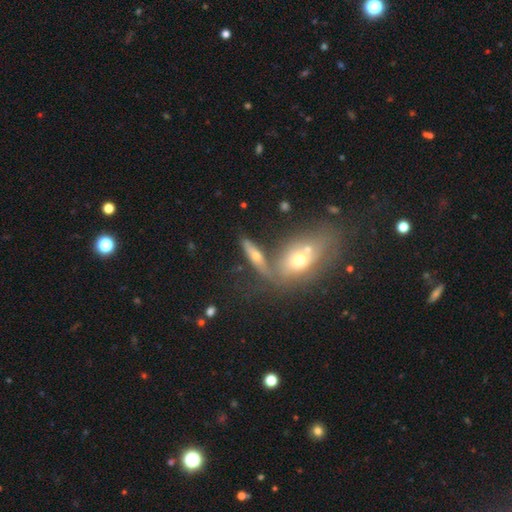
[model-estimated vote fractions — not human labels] Smooth or featured? Predicted: featured or disk (p=0.48). Merging? Predicted: none (p=0.50).